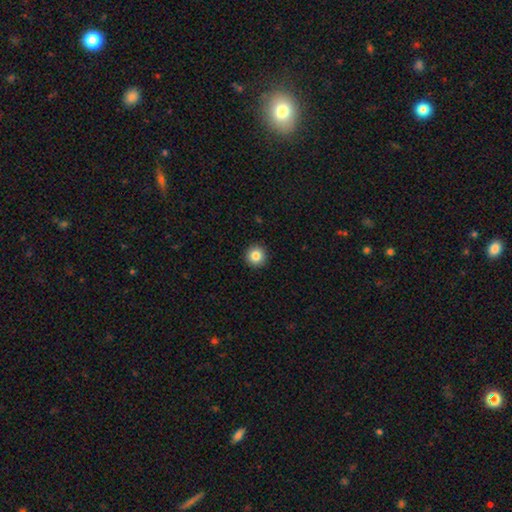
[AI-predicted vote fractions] This is clearly a smooth galaxy (85%). How rounded: clearly round (96%). Merging: clearly none (93%).